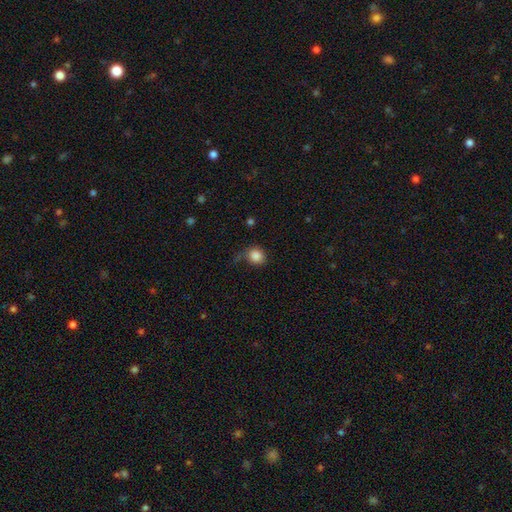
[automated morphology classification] Smooth or featured?
  - smooth: 85% *
  - star or artifact: 9%
  - featured or disk: 6%
How rounded?
  - round: 81% *
  - in between: 18%
  - cigar-shaped: 1%
Merging?
  - none: 55% *
  - minor disturbance: 25%
  - major disturbance: 16%
  - merger: 4%